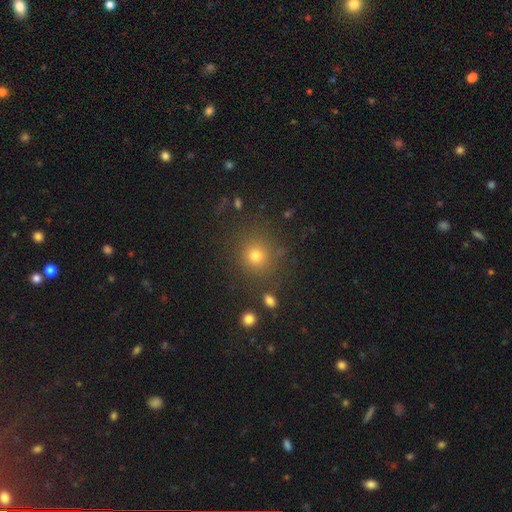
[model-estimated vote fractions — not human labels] Morphology: type=smooth (75%); roundness=round (88%); merging=none (83%).